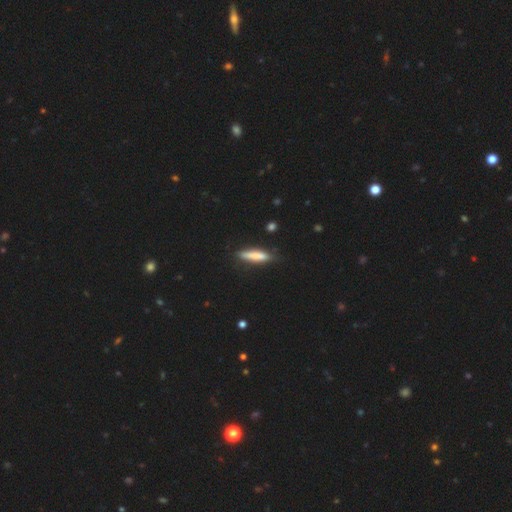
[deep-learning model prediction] Smooth or featured?
  - smooth: 75% *
  - featured or disk: 19%
  - star or artifact: 6%
How rounded?
  - cigar-shaped: 85% *
  - in between: 13%
  - round: 1%
Merging?
  - none: 81% *
  - minor disturbance: 14%
  - major disturbance: 3%
  - merger: 2%